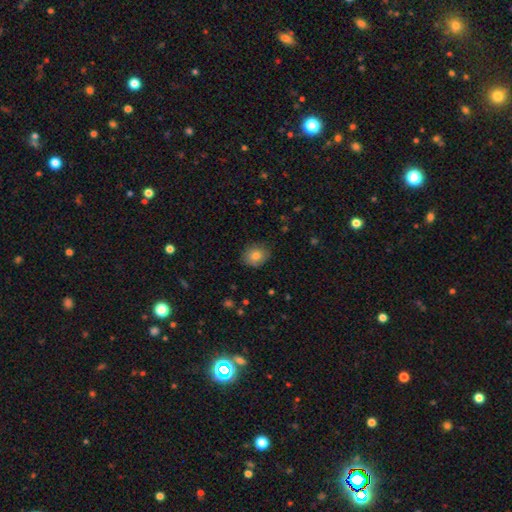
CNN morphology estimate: A smooth galaxy with no disk features (80%) that is round (66%). Merging: none (82%).